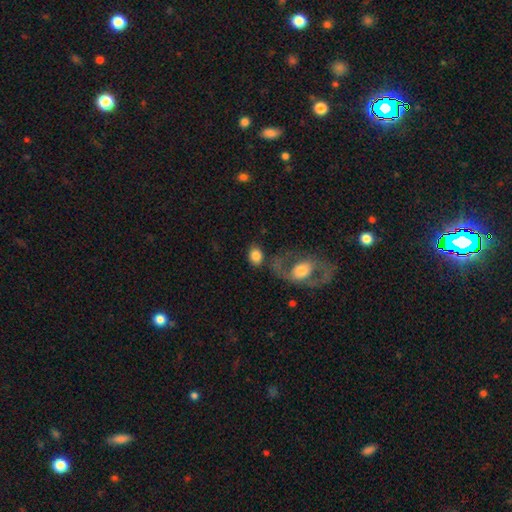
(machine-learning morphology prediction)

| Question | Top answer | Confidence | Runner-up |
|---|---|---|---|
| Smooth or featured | smooth | 75% | featured or disk (18%) |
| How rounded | in between | 63% | round (35%) |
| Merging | none | 57% | merger (17%) |